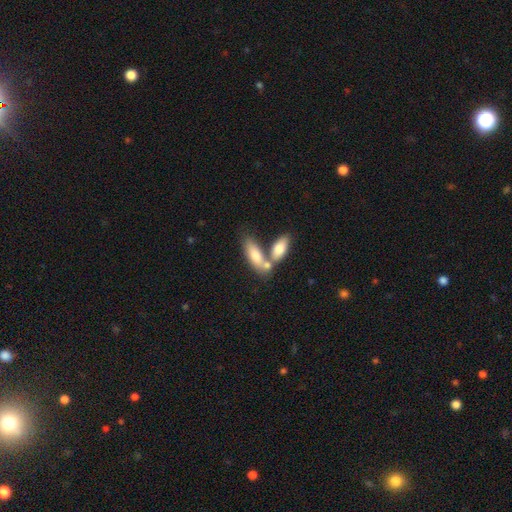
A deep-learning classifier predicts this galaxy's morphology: A smooth galaxy with no disk features (76%) that is in between round and cigar-shaped (73%). Merging: merger (53%).